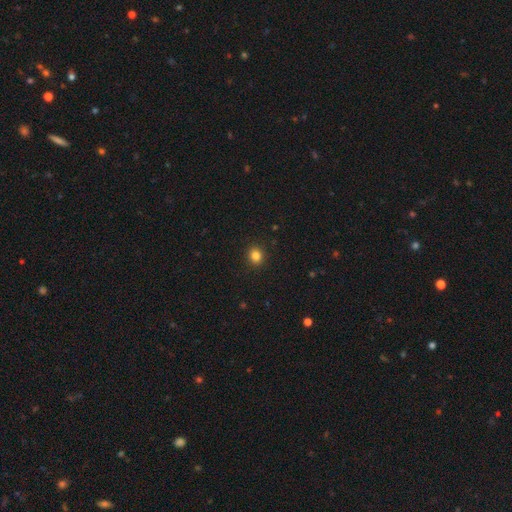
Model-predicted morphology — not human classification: Overall: smooth (83%). How rounded: round (77%). Merging: none (92%).